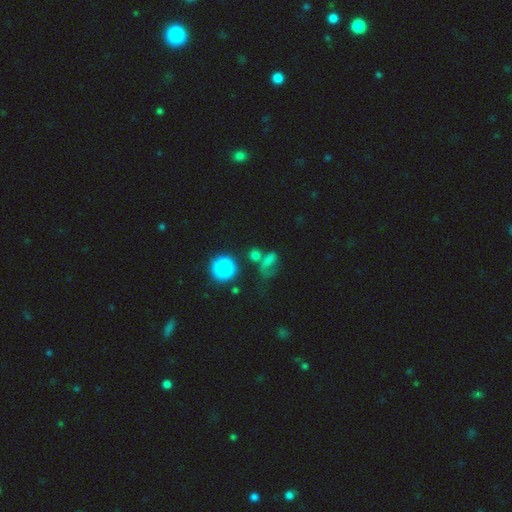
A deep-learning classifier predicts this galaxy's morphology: smooth-or-featured: smooth: 58% | star or artifact: 27% | featured or disk: 15%
  how-rounded: round: 55% | in between: 41% | cigar-shaped: 4%
  merging: none: 40% | merger: 29% | major disturbance: 17% | minor disturbance: 14%